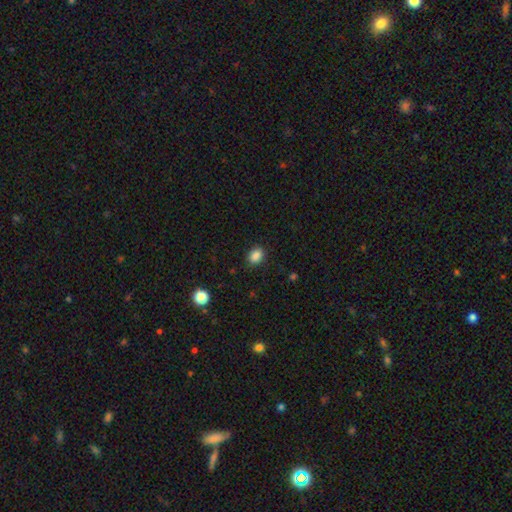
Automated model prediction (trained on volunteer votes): A smooth galaxy with no disk features (87%) that is in between round and cigar-shaped (64%).

Vote fractions:
- Smooth or featured? smooth: 87% / star or artifact: 10% / featured or disk: 3%
- How rounded? in between: 64% / round: 35% / cigar-shaped: 1%
- Merging? none: 87% / minor disturbance: 10% / major disturbance: 3% / merger: 1%